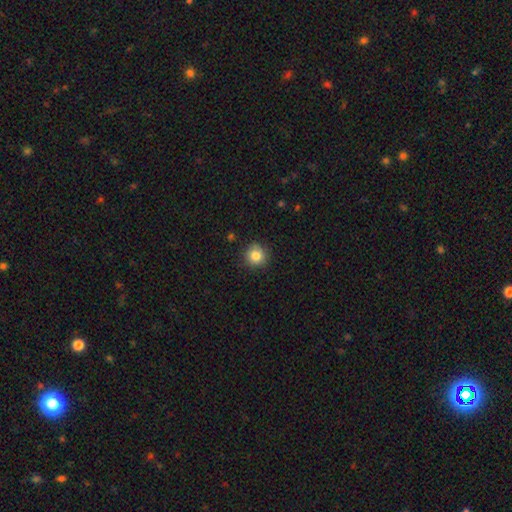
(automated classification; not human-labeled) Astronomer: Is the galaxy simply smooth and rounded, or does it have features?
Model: smooth — 84%.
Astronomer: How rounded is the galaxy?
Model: round — 93%.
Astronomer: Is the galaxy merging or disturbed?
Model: none — 87%.